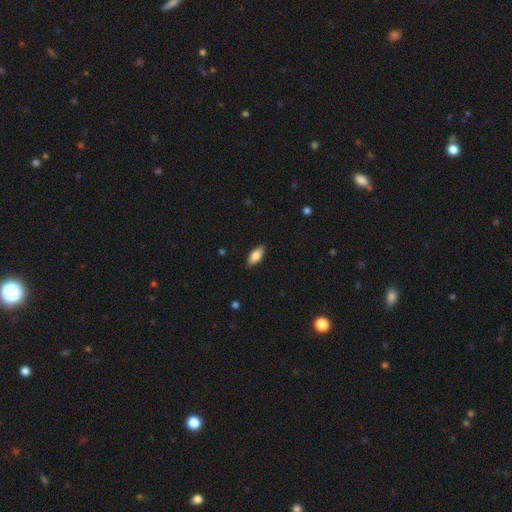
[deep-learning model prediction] smooth 83%, featured or disk 11%, star or artifact 6%. Down the decision tree: how rounded — in between (81%); merging — none (89%).